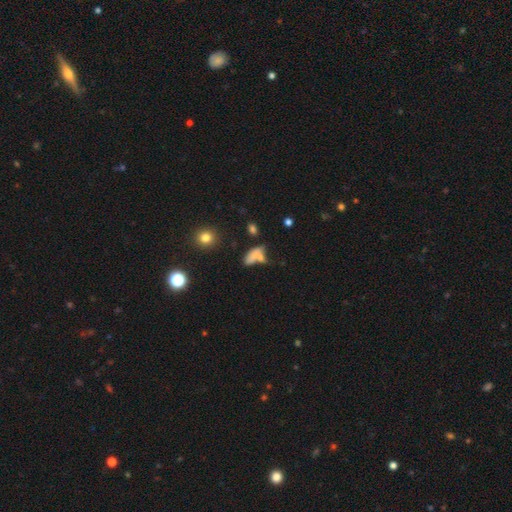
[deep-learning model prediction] smooth-or-featured: smooth: 66% | featured or disk: 20% | star or artifact: 14%
  how-rounded: in between: 74% | cigar-shaped: 19% | round: 7%
  merging: merger: 40% | none: 30% | minor disturbance: 16% | major disturbance: 15%